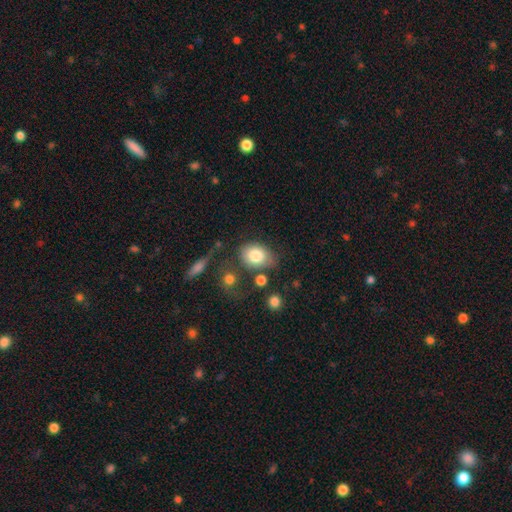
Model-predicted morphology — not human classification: Smooth or featured: smooth — 81% (featured or disk — 10%)
How rounded: in between — 64% (round — 35%)
Merging: none — 54% (minor disturbance — 24%)